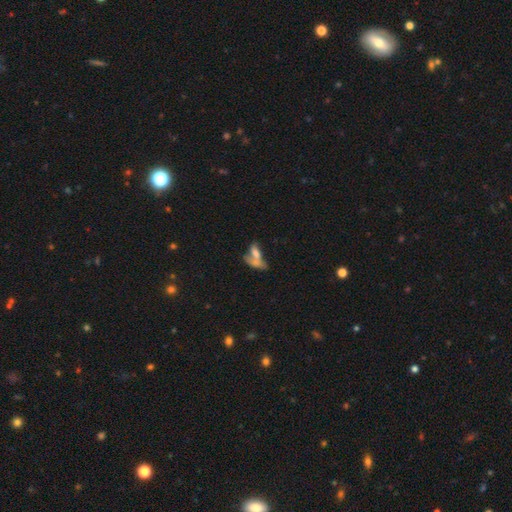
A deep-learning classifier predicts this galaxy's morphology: Q: Smooth or featured?
A: smooth (59%); runner-up: featured or disk (29%)
Q: How rounded?
A: in between (70%); runner-up: cigar-shaped (22%)
Q: Merging?
A: merger (59%); runner-up: none (21%)